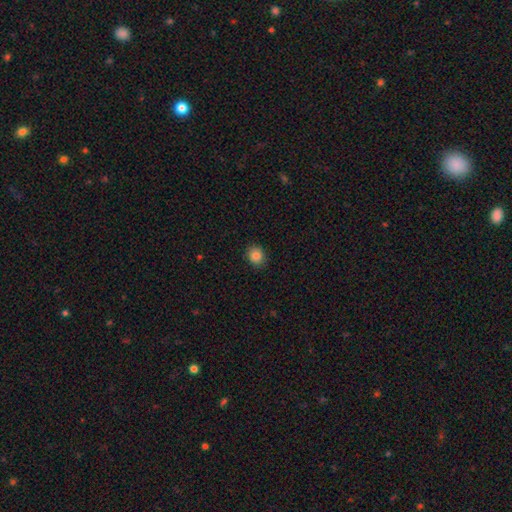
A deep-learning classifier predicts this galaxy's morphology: Smooth or featured? Predicted: smooth (p=0.86). How rounded? Predicted: round (p=0.73). Merging? Predicted: none (p=0.88).